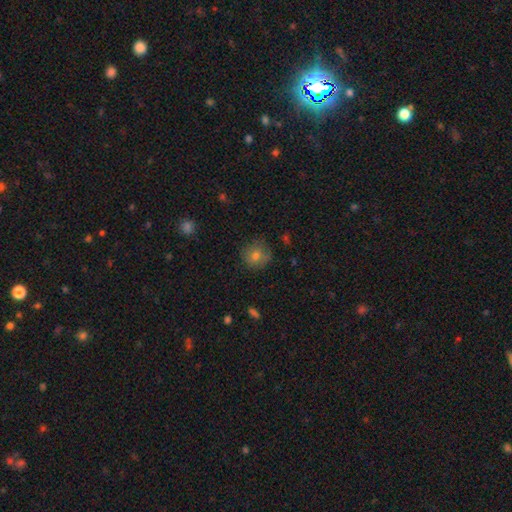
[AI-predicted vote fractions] The model was most divided on "smooth or featured": smooth: 70%, featured or disk: 15%, star or artifact: 15%. More confident: how rounded — round (90%); merging — none (80%).